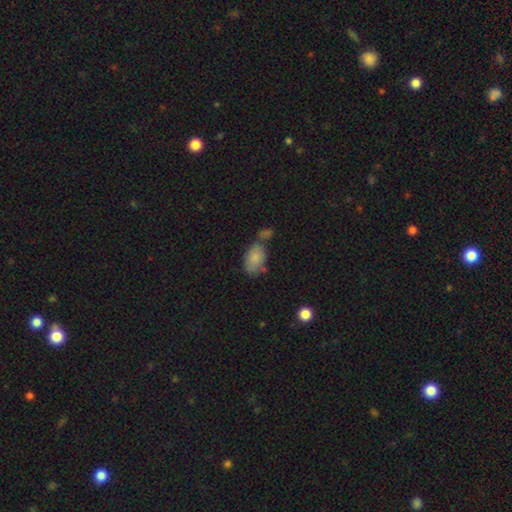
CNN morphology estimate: Smooth or featured? smooth (80%)
How rounded? in between (90%)
Merging? none (50%)